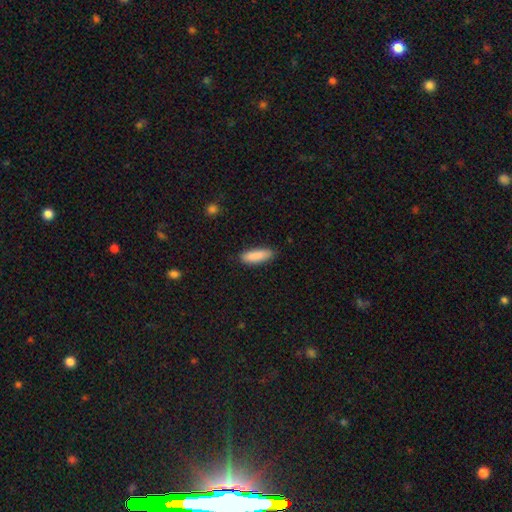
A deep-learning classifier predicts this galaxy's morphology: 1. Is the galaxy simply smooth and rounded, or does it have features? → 89% smooth, 6% star or artifact, 5% featured or disk.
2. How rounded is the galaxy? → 50% cigar-shaped, 49% in between, 2% round.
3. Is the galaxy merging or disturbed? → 87% none, 10% minor disturbance, 2% major disturbance, 1% merger.